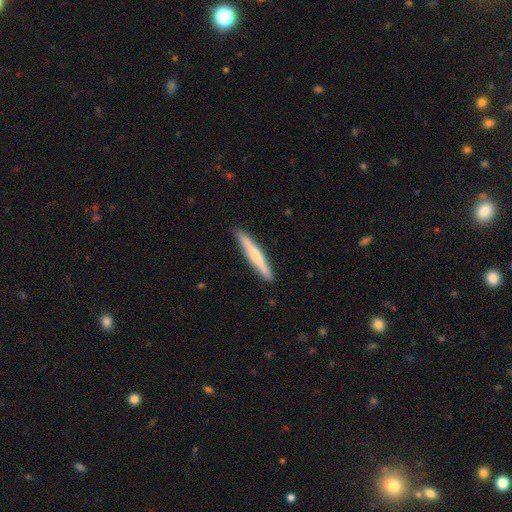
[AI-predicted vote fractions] Smooth or featured?
  - smooth: 57% *
  - featured or disk: 38%
  - star or artifact: 5%
How rounded?
  - cigar-shaped: 95% *
  - in between: 3%
  - round: 1%
Merging?
  - none: 90% *
  - minor disturbance: 7%
  - major disturbance: 1%
  - merger: 1%